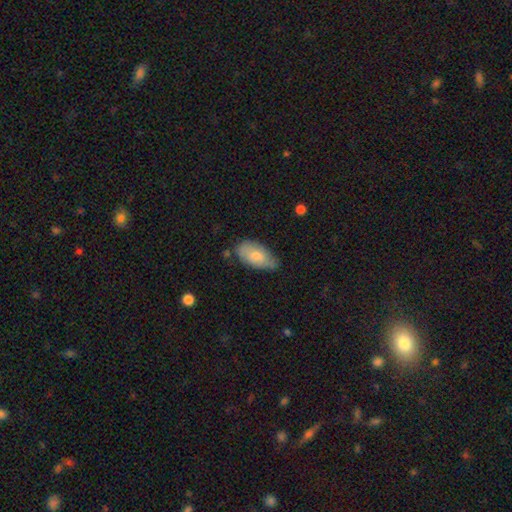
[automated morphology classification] Smooth or featured: smooth — 75% (featured or disk — 19%)
How rounded: in between — 94% (cigar-shaped — 3%)
Merging: none — 58% (minor disturbance — 33%)